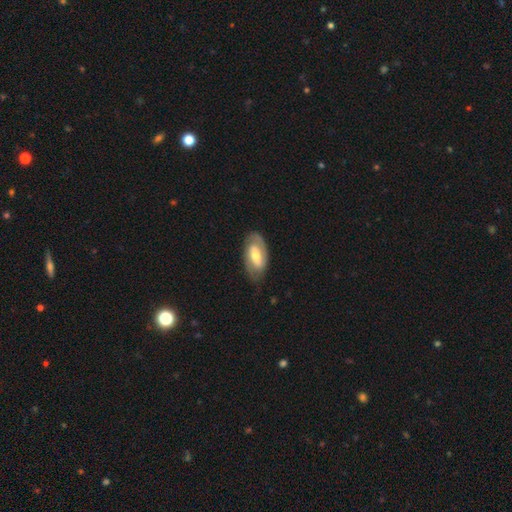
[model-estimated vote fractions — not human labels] smooth_or_featured: featured or disk (p=0.63) [alt: smooth p=0.32]
disk_edge_on: no (p=0.93) [alt: yes p=0.07]
bar: weak (p=0.42) [alt: no p=0.30]
has_spiral_arms: yes (p=0.76) [alt: no p=0.24]
bulge_size: moderate (p=0.65) [alt: small p=0.27]
merging: none (p=0.77) [alt: minor disturbance p=0.17]